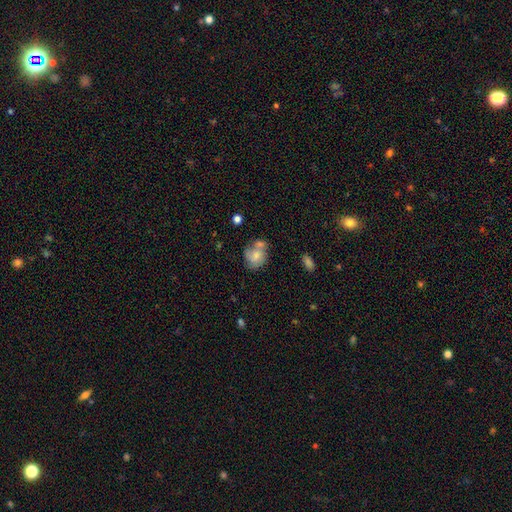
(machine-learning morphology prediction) Overall: smooth (59%; featured or disk 33%). How rounded: round (60%; in between 39%). Merging: none (38%; merger 34%).